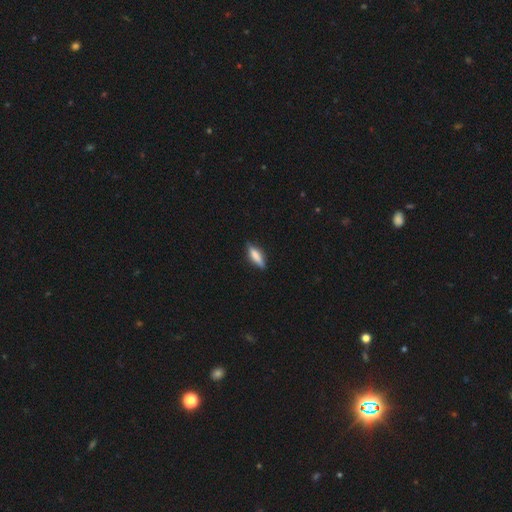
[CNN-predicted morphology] Smooth or featured? Predicted: smooth (p=0.67). How rounded? Predicted: cigar-shaped (p=0.57). Merging? Predicted: none (p=0.82).